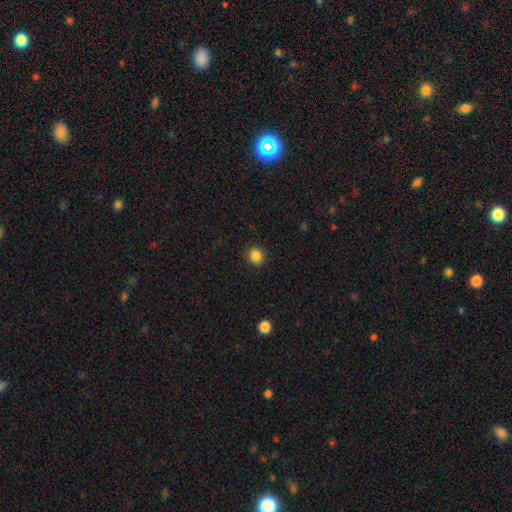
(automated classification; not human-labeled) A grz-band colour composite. It shows a smooth galaxy with no disk features (86%) that is round (82%). Merging: none (91%).